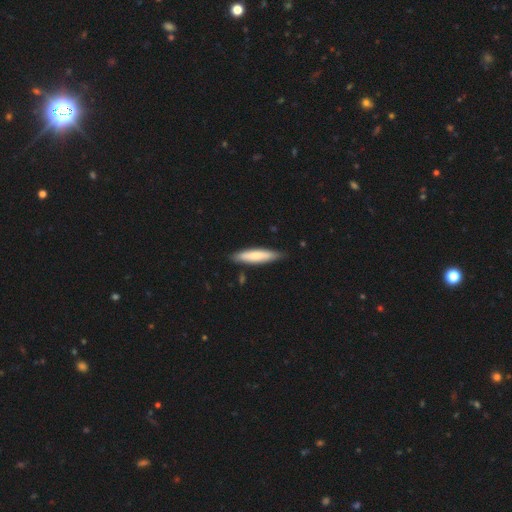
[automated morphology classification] smooth_or_featured: smooth (p=0.70) [alt: featured or disk p=0.25]
how_rounded: cigar-shaped (p=0.79) [alt: in between p=0.19]
merging: none (p=0.83) [alt: minor disturbance p=0.14]